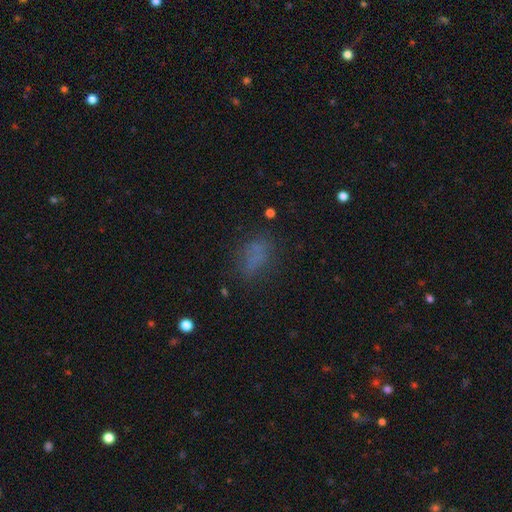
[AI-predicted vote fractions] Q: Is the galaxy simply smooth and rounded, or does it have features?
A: smooth — 64%.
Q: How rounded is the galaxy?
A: in between — 79%.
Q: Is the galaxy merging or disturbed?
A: none — 63%.